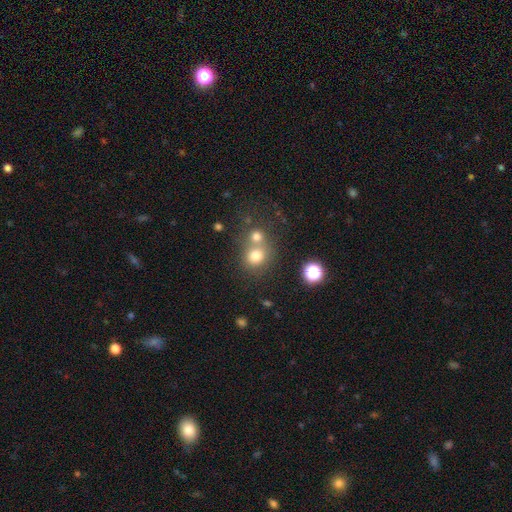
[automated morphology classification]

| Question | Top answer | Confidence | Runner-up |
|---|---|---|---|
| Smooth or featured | smooth | 75% | star or artifact (15%) |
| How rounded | round | 82% | in between (17%) |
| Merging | none | 50% | merger (39%) |